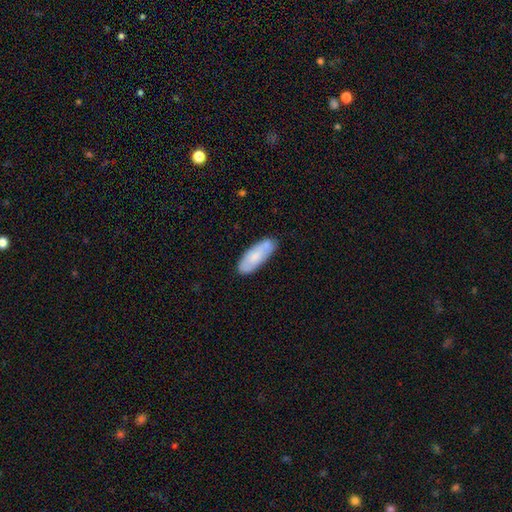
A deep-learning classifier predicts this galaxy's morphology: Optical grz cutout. It shows a smooth galaxy with no disk features (72%) that is in between round and cigar-shaped (65%). Merging: none (74%).